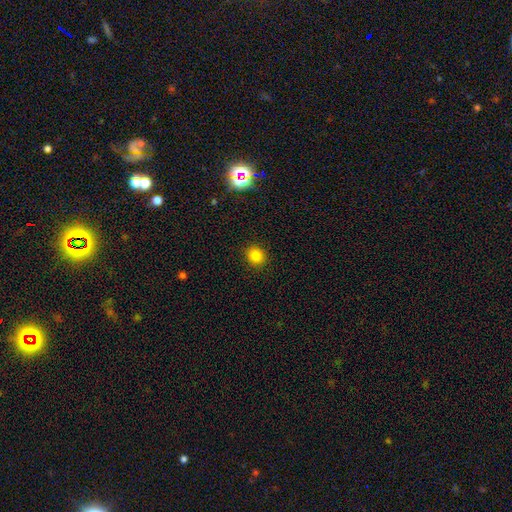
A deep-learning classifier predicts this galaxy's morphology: smooth_or_featured: smooth (p=0.83) [alt: star or artifact p=0.13]
how_rounded: round (p=0.81) [alt: in between p=0.18]
merging: none (p=0.90) [alt: minor disturbance p=0.06]